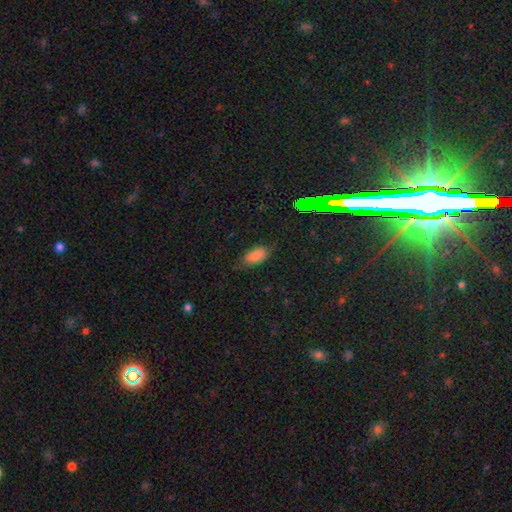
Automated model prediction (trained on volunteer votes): This is clearly a smooth galaxy (82%). How rounded: clearly in between (92%). Merging: likely none (72%).